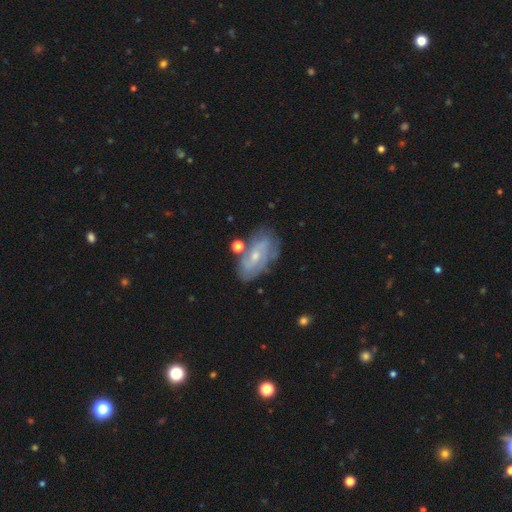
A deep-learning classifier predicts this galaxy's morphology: A featured or disk galaxy (72%) with no bar (56%), 2 (43%) tight (44%) spiral arms (82%) and a small central bulge (61%). Merging: none (66%).